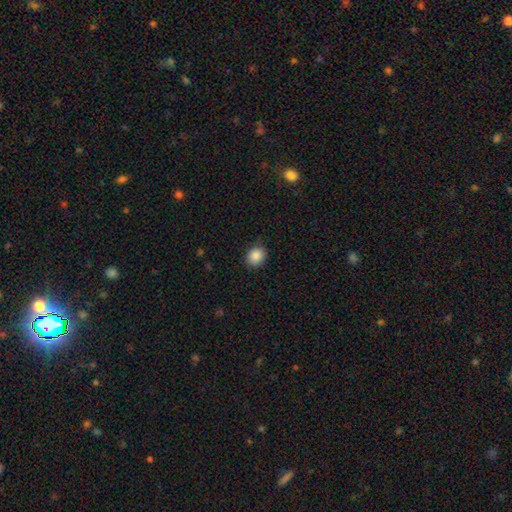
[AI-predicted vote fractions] Smooth or featured? Predicted: smooth (p=0.88). How rounded? Predicted: round (p=0.66). Merging? Predicted: none (p=0.83).